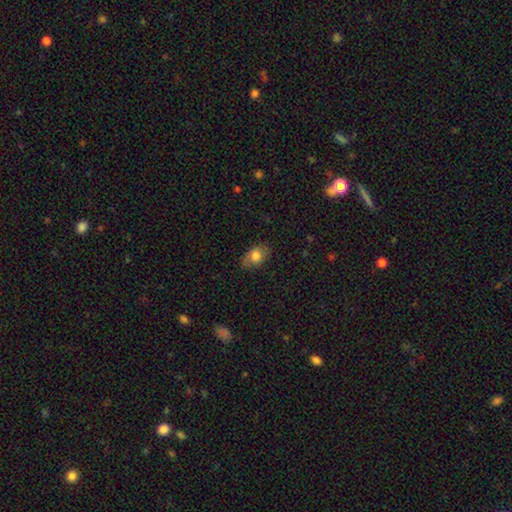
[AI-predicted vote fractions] This appears to be a smooth galaxy with no disk features (76%) that is in between round and cigar-shaped (85%). Merging: none (79%).